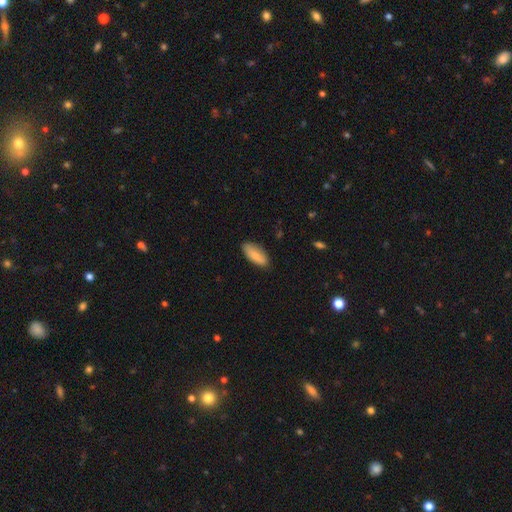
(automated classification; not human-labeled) This appears to be a smooth galaxy with no disk features (80%) that is in between round and cigar-shaped (79%). Merging: none (82%).